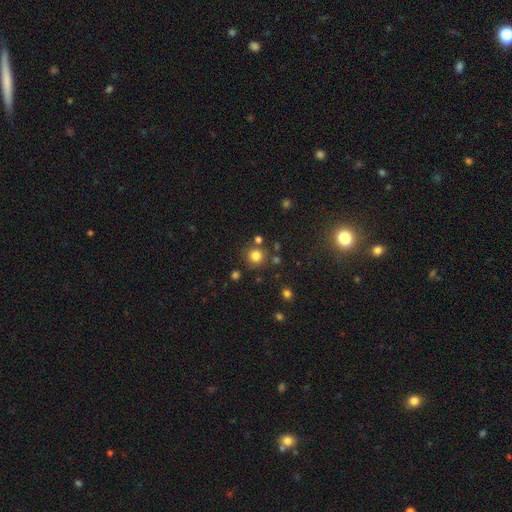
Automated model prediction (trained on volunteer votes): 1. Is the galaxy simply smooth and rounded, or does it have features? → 80% smooth, 14% star or artifact, 6% featured or disk.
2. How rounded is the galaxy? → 93% round, 6% in between, 1% cigar-shaped.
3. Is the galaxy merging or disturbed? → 81% none, 8% minor disturbance, 7% merger, 3% major disturbance.